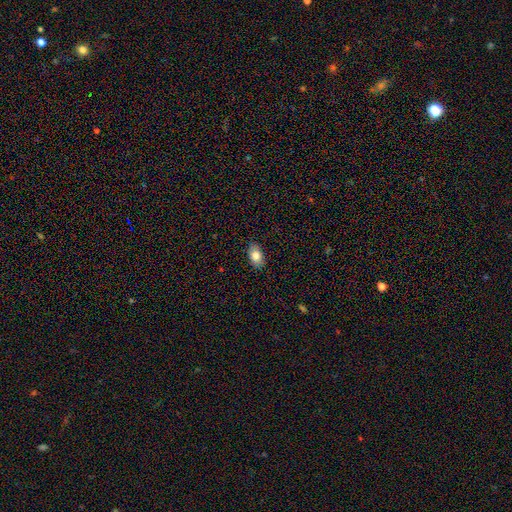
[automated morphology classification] type=smooth (82%); roundness=in between (88%); merging=none (85%).